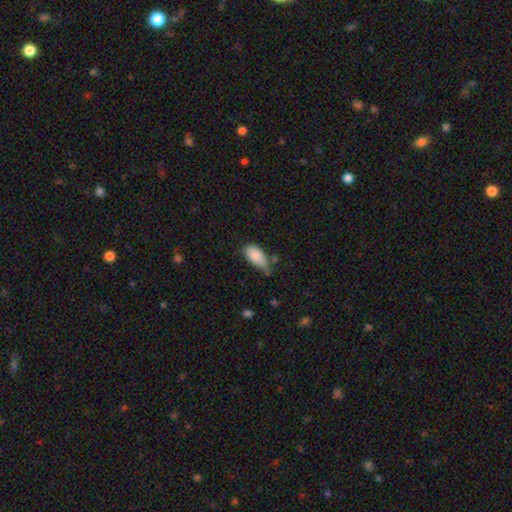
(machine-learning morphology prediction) This appears to be a smooth galaxy with no disk features (85%) that is in between round and cigar-shaped (93%). Merging: minor disturbance (43%).